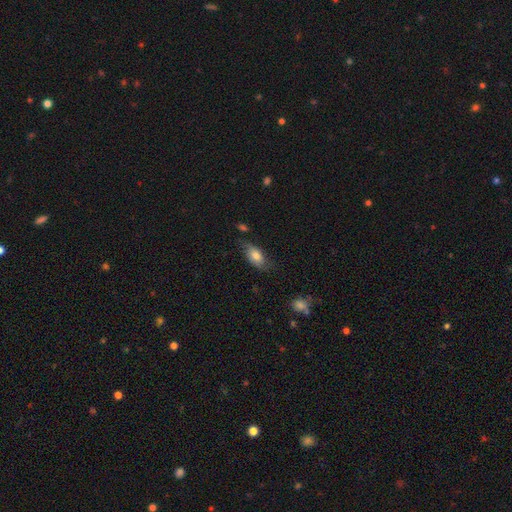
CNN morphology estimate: A smooth galaxy with no disk features (70%) that is in between round and cigar-shaped (87%).

Vote fractions:
- Smooth or featured? smooth: 70% / featured or disk: 23% / star or artifact: 7%
- How rounded? in between: 87% / cigar-shaped: 8% / round: 5%
- Merging? none: 61% / minor disturbance: 27% / major disturbance: 9% / merger: 3%